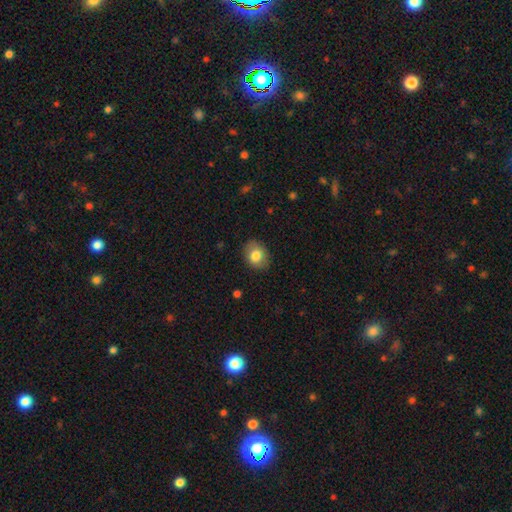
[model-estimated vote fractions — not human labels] A smooth galaxy with no disk features (81%) that is in between round and cigar-shaped (53%).

Vote fractions:
- Smooth or featured? smooth: 81% / featured or disk: 11% / star or artifact: 8%
- How rounded? in between: 53% / round: 46% / cigar-shaped: 1%
- Merging? none: 85% / minor disturbance: 11% / major disturbance: 3% / merger: 1%